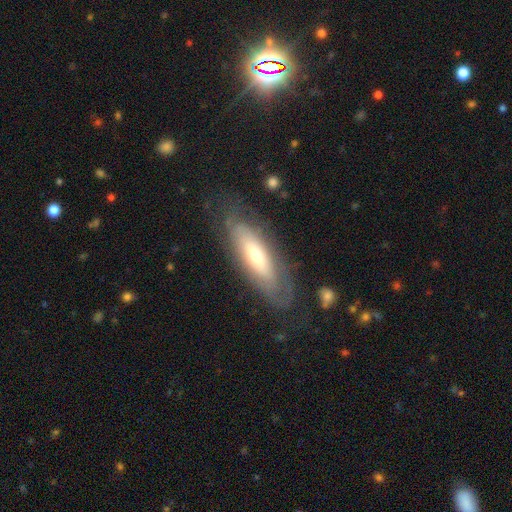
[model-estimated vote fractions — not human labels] Smooth or featured?
  - featured or disk: 53% *
  - smooth: 41%
  - star or artifact: 6%
Edge-on disk?
  - no: 68% *
  - yes: 32%
Merging?
  - none: 71% *
  - minor disturbance: 18%
  - major disturbance: 10%
  - merger: 2%